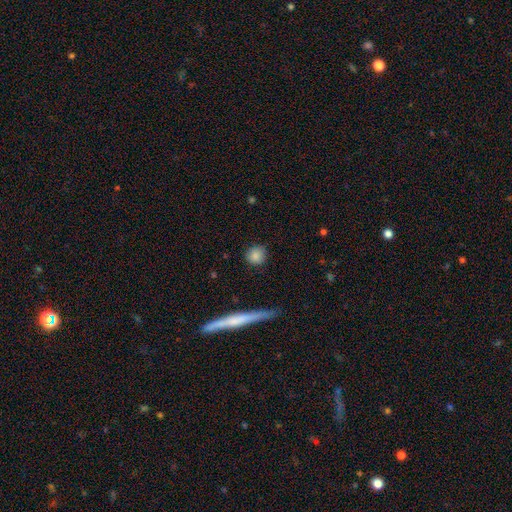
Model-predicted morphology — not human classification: Smooth or featured? Predicted: smooth (p=0.85). How rounded? Predicted: round (p=0.90). Merging? Predicted: none (p=0.88).